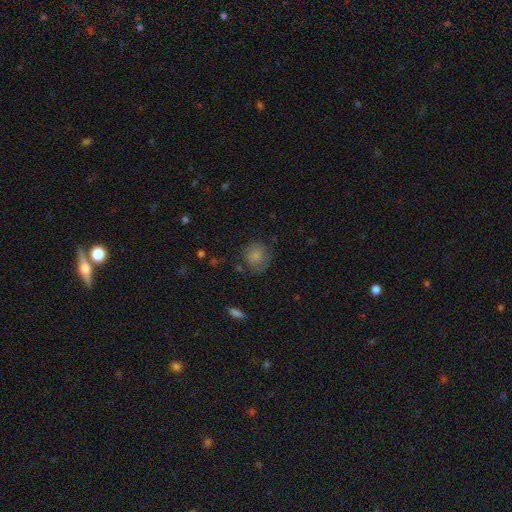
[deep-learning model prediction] smooth 83%, star or artifact 9%, featured or disk 8%. Down the decision tree: how rounded — round (81%); merging — none (71%).